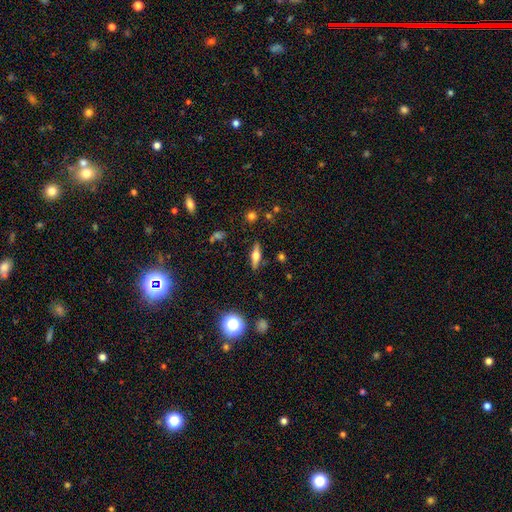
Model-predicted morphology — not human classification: Q: Smooth or featured?
A: featured or disk (50%); runner-up: smooth (41%)
Q: Merging?
A: none (86%); runner-up: minor disturbance (10%)